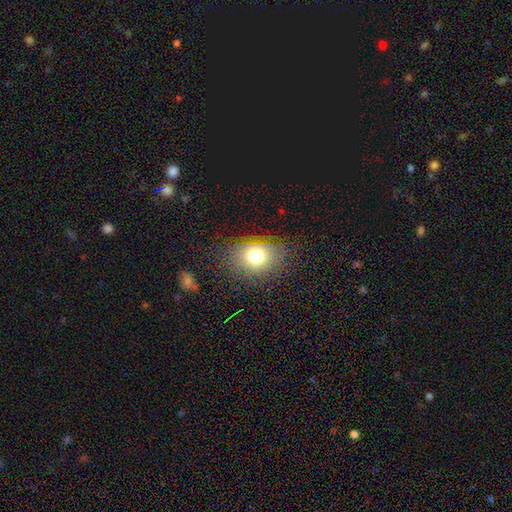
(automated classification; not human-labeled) The model was most divided on "how rounded": in between: 55%, round: 44%, cigar-shaped: 1%. More confident: merging — none (79%); smooth or featured — smooth (73%).